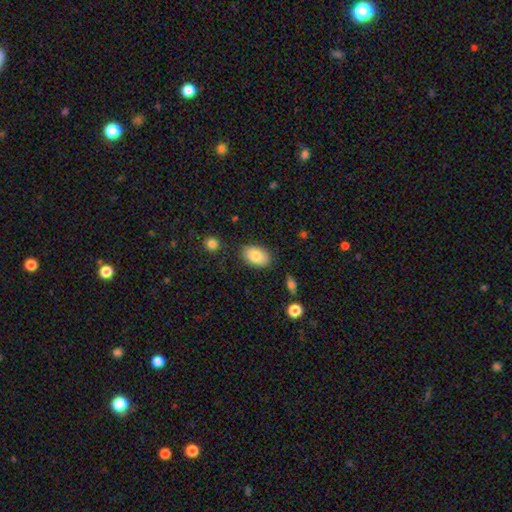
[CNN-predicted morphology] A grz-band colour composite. It shows a smooth galaxy with no disk features (85%) that is in between round and cigar-shaped (91%). Merging: none (83%).